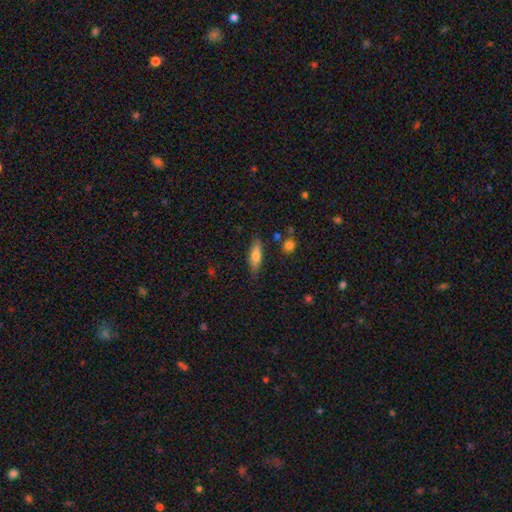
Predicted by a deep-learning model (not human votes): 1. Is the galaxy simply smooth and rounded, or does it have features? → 72% smooth, 22% featured or disk, 7% star or artifact.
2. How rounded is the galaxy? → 51% cigar-shaped, 47% in between, 2% round.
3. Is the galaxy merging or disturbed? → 81% none, 13% minor disturbance, 3% major disturbance, 3% merger.